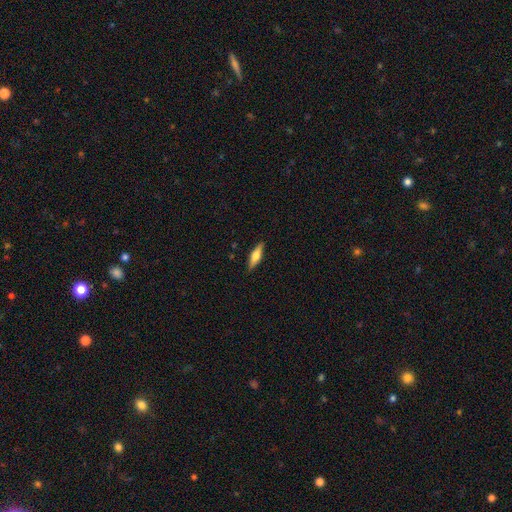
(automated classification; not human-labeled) Smooth or featured: featured or disk — 48% (smooth — 45%)
Merging: none — 89% (minor disturbance — 8%)